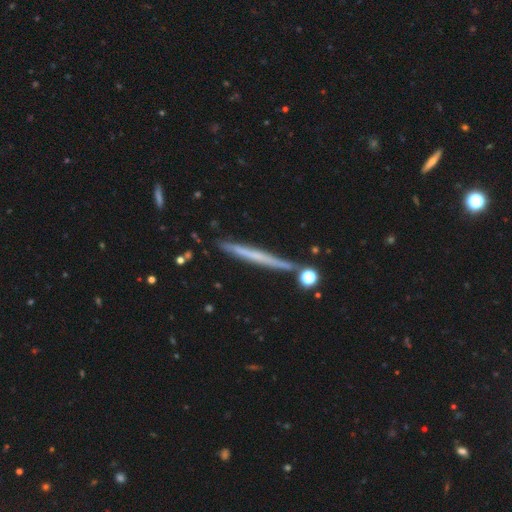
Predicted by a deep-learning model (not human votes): This is possibly a featured or disk galaxy (52%). It is clearly viewed edge-on (96%). Merging: clearly none (85%).